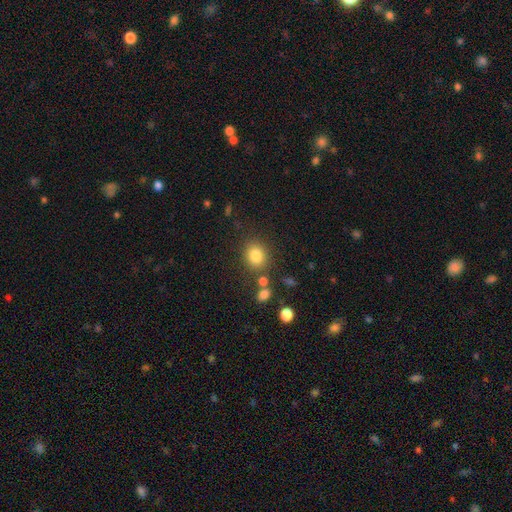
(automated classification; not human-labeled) A smooth galaxy with no disk features (82%) that is round (67%). Merging: none (79%).